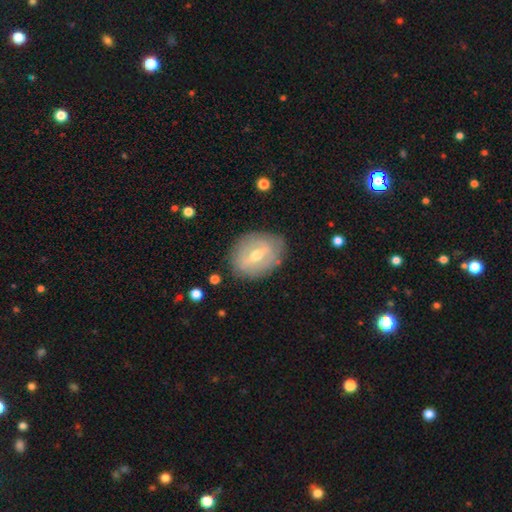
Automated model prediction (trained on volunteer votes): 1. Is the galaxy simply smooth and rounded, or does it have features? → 60% featured or disk, 33% smooth, 7% star or artifact.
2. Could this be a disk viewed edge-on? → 92% no, 8% yes.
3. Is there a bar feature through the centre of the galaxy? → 50% weak, 29% strong, 21% no.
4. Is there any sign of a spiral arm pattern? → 60% no, 40% yes.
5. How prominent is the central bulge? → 71% moderate, 23% small, 4% large, 1% none, 1% dominant.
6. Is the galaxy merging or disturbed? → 78% none, 16% minor disturbance, 5% major disturbance, 1% merger.